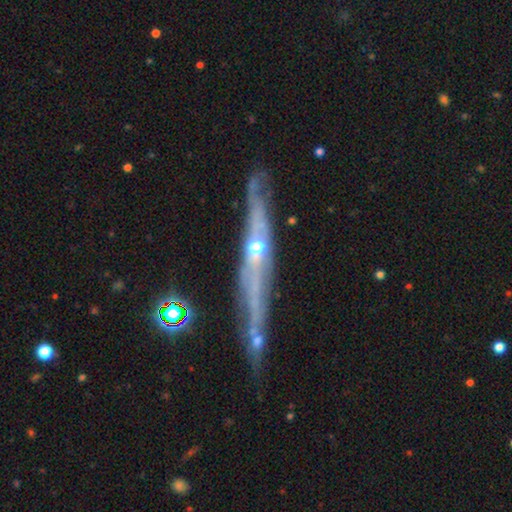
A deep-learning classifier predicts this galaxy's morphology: The model was most divided on "edge-on bulge": rounded: 64%, none: 30%, boxy: 6%. More confident: edge-on disk — yes (92%); smooth or featured — featured or disk (79%); merging — none (71%).